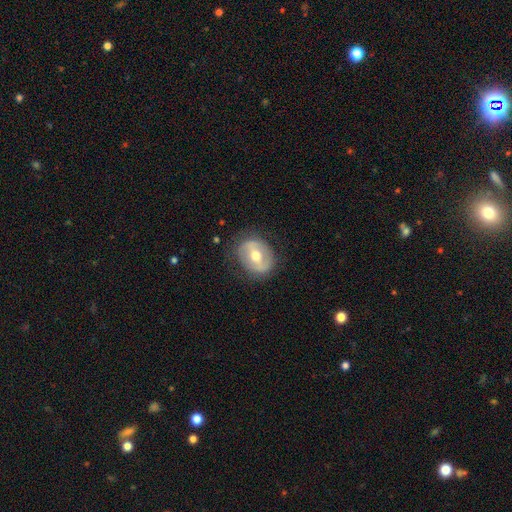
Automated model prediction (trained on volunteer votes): Morphology: type=featured or disk (59%); edge-on=no (94%); bar=weak (39%); spiral arms=no (62%); bulge=moderate (76%); merging=none (78%).